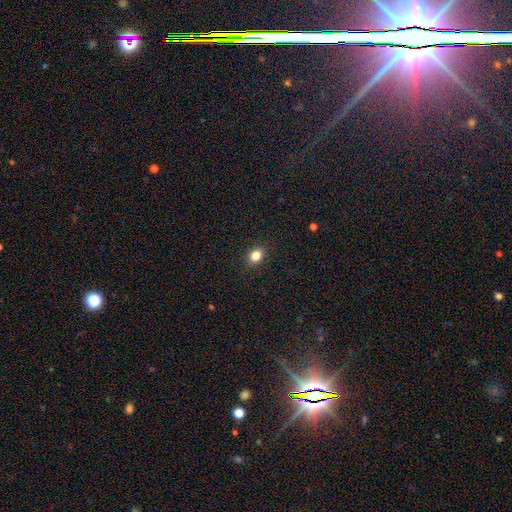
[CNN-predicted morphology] A smooth galaxy with no disk features (84%) that is in between round and cigar-shaped (57%).

Vote fractions:
- Smooth or featured? smooth: 84% / star or artifact: 11% / featured or disk: 5%
- How rounded? in between: 57% / round: 41% / cigar-shaped: 1%
- Merging? none: 89% / minor disturbance: 8% / major disturbance: 2% / merger: 1%